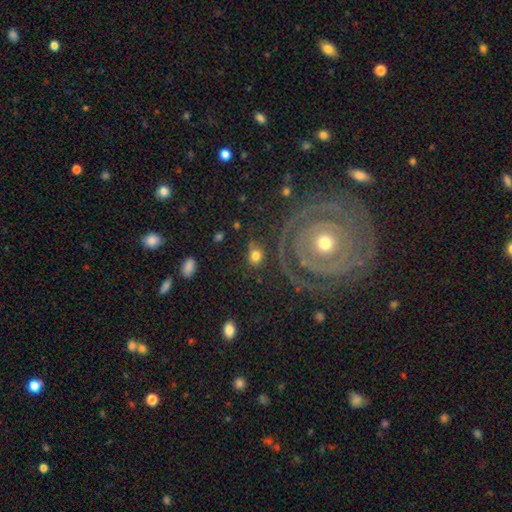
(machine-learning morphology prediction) smooth_or_featured: smooth (p=0.67) [alt: featured or disk p=0.22]
how_rounded: round (p=0.61) [alt: in between p=0.37]
merging: none (p=0.73) [alt: minor disturbance p=0.14]